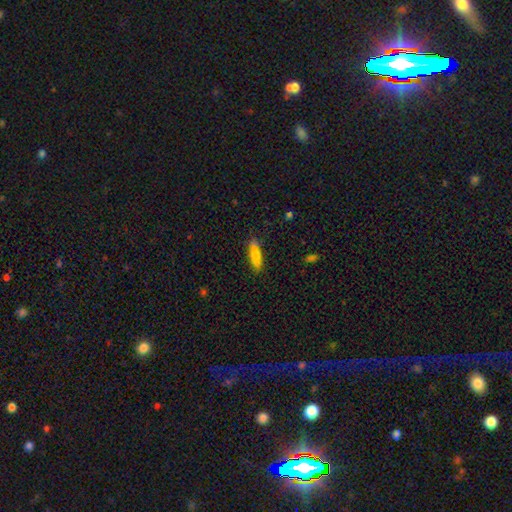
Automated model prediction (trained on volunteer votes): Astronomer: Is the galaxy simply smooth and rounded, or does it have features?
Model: smooth — 81%.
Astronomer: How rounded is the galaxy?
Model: cigar-shaped — 72%.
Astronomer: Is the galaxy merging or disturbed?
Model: none — 79%.